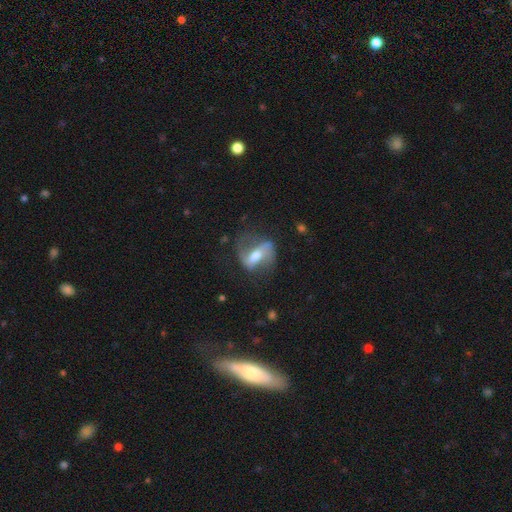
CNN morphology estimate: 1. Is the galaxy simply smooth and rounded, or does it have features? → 70% featured or disk, 22% smooth, 7% star or artifact.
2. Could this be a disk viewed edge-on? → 91% no, 9% yes.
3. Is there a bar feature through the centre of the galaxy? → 44% strong, 36% weak, 19% no.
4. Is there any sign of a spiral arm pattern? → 80% yes, 20% no.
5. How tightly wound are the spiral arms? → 55% loose, 33% medium, 11% tight.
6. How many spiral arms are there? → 83% 2, 8% can't tell, 6% 1, 1% 3, 1% 4, 1% more than 4.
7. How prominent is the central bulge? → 65% moderate, 19% small, 13% large, 2% none, 1% dominant.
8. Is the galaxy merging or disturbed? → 56% none, 22% minor disturbance, 19% major disturbance, 3% merger.